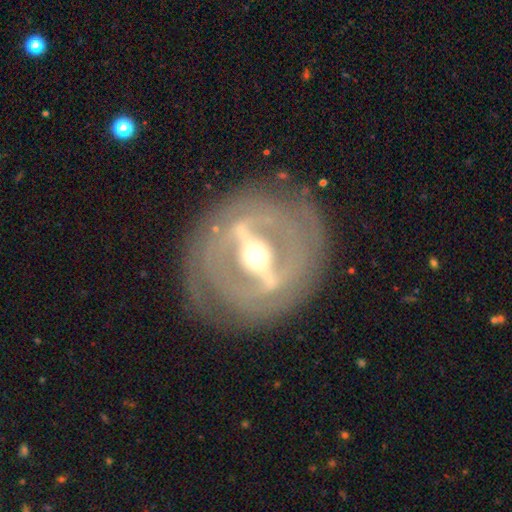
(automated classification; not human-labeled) Smooth or featured? Predicted: featured or disk (p=0.86). Edge-on disk? Predicted: no (p=0.77). Bar? Predicted: strong (p=0.86). Spiral arms? Predicted: no (p=0.61). Bulge size? Predicted: moderate (p=0.74). Merging? Predicted: none (p=0.81).